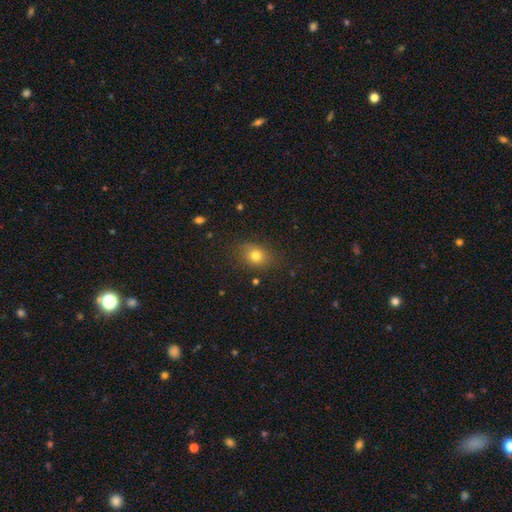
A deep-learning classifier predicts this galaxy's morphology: This is likely a smooth galaxy (77%). How rounded: possibly in between (54%). Merging: clearly none (80%).